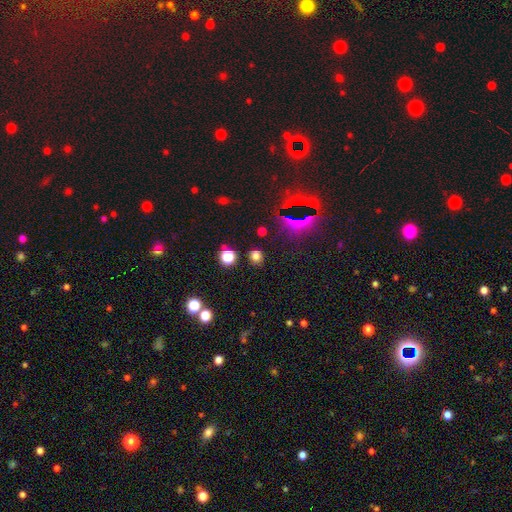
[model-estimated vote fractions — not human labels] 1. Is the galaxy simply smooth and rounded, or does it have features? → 72% smooth, 23% star or artifact, 6% featured or disk.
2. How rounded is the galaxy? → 77% round, 22% in between, 1% cigar-shaped.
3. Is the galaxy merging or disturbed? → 85% none, 8% minor disturbance, 3% merger, 3% major disturbance.